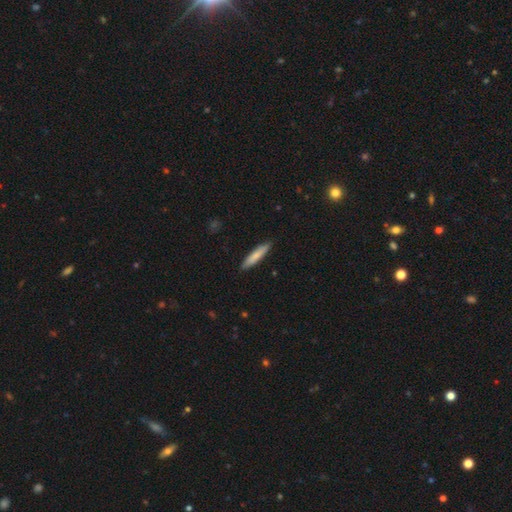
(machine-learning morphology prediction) The model was most divided on "smooth or featured": smooth: 78%, featured or disk: 16%, star or artifact: 5%. More confident: merging — none (89%); how rounded — cigar-shaped (86%).